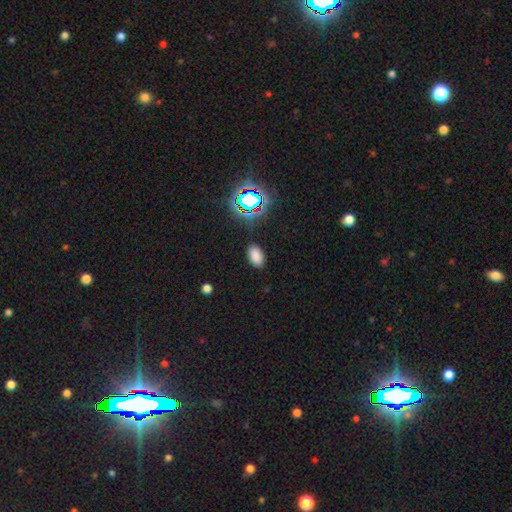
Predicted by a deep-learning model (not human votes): smooth-or-featured: smooth: 77% | star or artifact: 18% | featured or disk: 5%
  how-rounded: in between: 92% | round: 6% | cigar-shaped: 2%
  merging: none: 87% | minor disturbance: 9% | major disturbance: 3% | merger: 1%